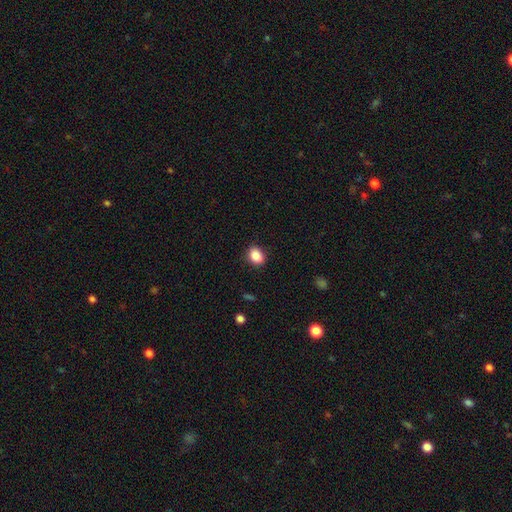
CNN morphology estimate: This is clearly a smooth galaxy (88%). How rounded: likely in between (70%). Merging: clearly none (86%).